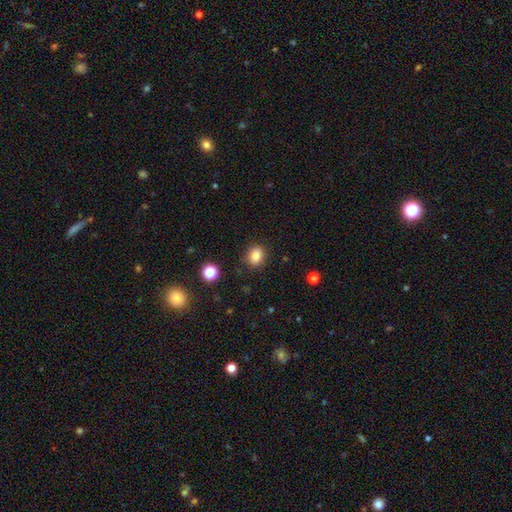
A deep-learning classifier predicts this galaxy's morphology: Smooth or featured?
  - smooth: 84% *
  - star or artifact: 11%
  - featured or disk: 5%
How rounded?
  - in between: 56% *
  - round: 43%
  - cigar-shaped: 1%
Merging?
  - none: 86% *
  - minor disturbance: 9%
  - major disturbance: 3%
  - merger: 2%